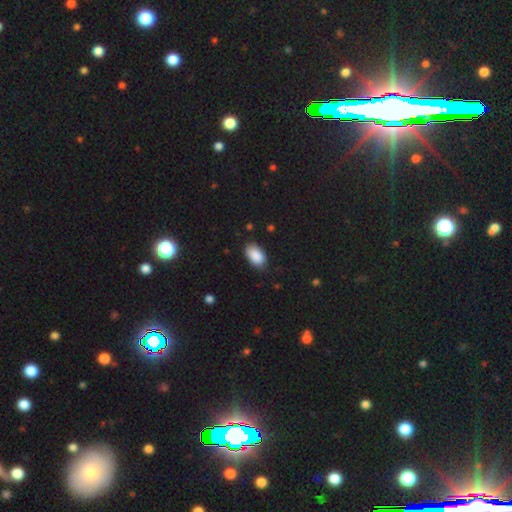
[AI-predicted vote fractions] smooth_or_featured: smooth (p=0.89) [alt: star or artifact p=0.07]
how_rounded: in between (p=0.94) [alt: round p=0.04]
merging: none (p=0.79) [alt: minor disturbance p=0.16]